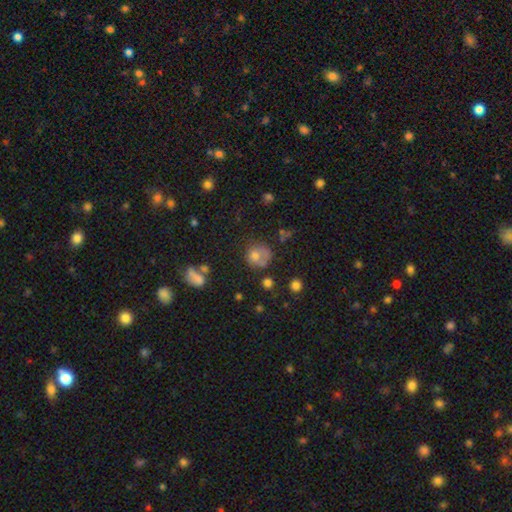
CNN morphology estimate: A smooth galaxy with no disk features (66%) that is round (72%). Merging: none (41%).